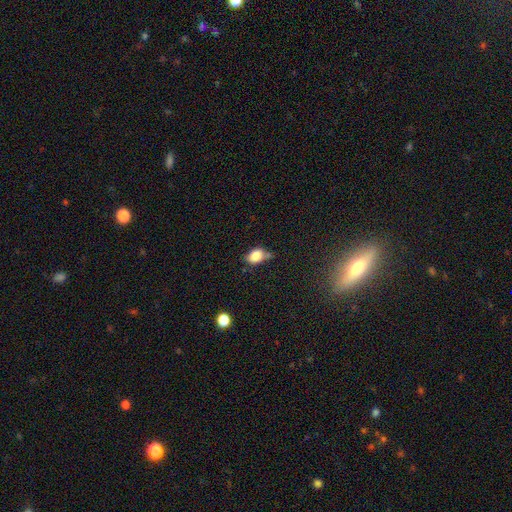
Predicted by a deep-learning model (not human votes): smooth 80%, featured or disk 11%, star or artifact 9%. Down the decision tree: how rounded — in between (79%); merging — none (48%).